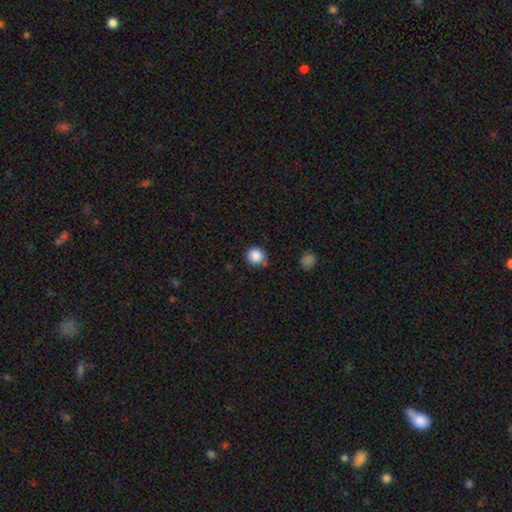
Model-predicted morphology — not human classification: Q: Smooth or featured?
A: smooth (87%); runner-up: star or artifact (10%)
Q: How rounded?
A: round (91%); runner-up: in between (8%)
Q: Merging?
A: none (79%); runner-up: minor disturbance (13%)